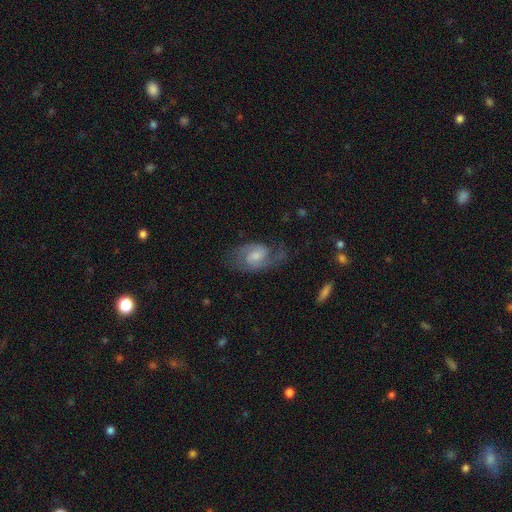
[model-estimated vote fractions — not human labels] smooth_or_featured: featured or disk (p=0.78) [alt: smooth p=0.15]
disk_edge_on: no (p=0.97) [alt: yes p=0.03]
bar: weak (p=0.51) [alt: no p=0.40]
has_spiral_arms: yes (p=0.94) [alt: no p=0.06]
spiral_winding: medium (p=0.53) [alt: tight p=0.26]
spiral_arm_count: 2 (p=0.85) [alt: can't tell p=0.07]
bulge_size: moderate (p=0.43) [alt: small p=0.36]
merging: none (p=0.64) [alt: minor disturbance p=0.20]